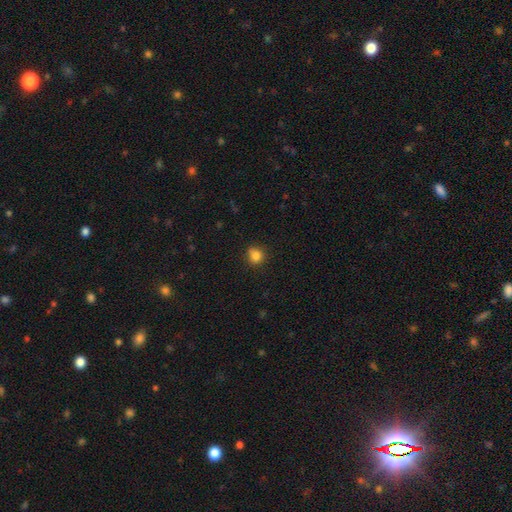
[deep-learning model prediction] smooth_or_featured: smooth (p=0.83) [alt: star or artifact p=0.12]
how_rounded: round (p=0.84) [alt: in between p=0.15]
merging: none (p=0.81) [alt: minor disturbance p=0.14]